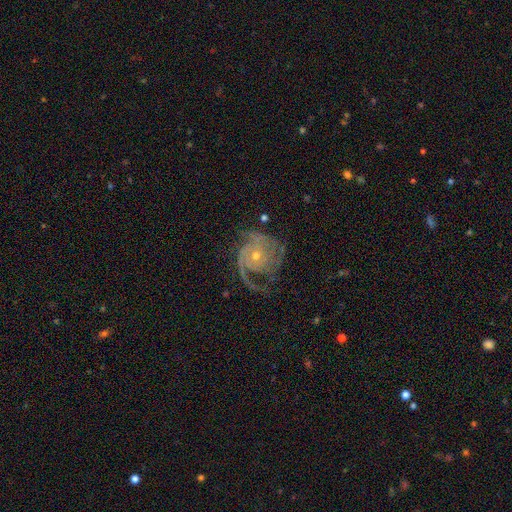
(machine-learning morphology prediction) Smooth or featured?
  - featured or disk: 88% *
  - smooth: 6%
  - star or artifact: 6%
Edge-on disk?
  - no: 98% *
  - yes: 2%
Bar?
  - no: 77% *
  - weak: 18%
  - strong: 5%
Spiral arms?
  - yes: 96% *
  - no: 4%
Spiral winding?
  - tight: 50% *
  - medium: 38%
  - loose: 12%
Spiral arm count?
  - 2: 33% *
  - 3: 30%
  - can't tell: 16%
  - 1: 8%
  - 4: 8%
  - more than 4: 6%
Bulge size?
  - small: 65% *
  - moderate: 32%
  - large: 1%
  - none: 1%
  - dominant: 1%
Merging?
  - none: 62% *
  - minor disturbance: 19%
  - major disturbance: 17%
  - merger: 2%